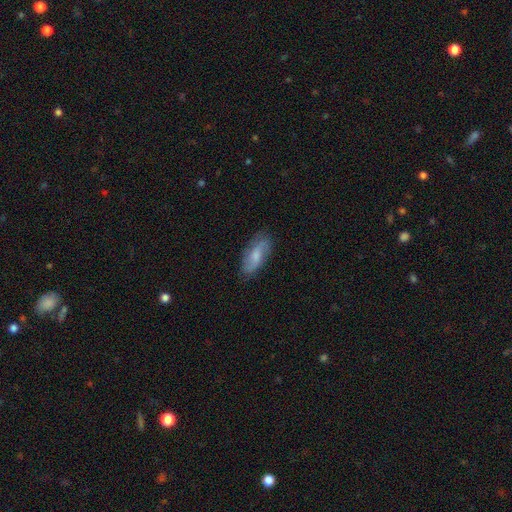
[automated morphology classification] A smooth galaxy with no disk features (51%) that is in between round and cigar-shaped (80%). Merging: none (77%).